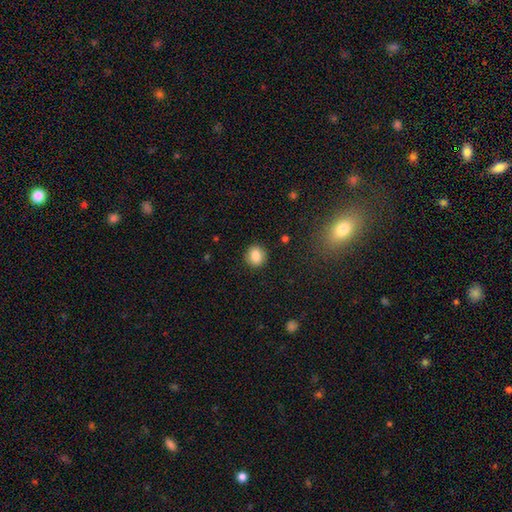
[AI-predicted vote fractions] The model was most divided on "how rounded": round: 81%, in between: 18%, cigar-shaped: 1%. More confident: merging — none (90%); smooth or featured — smooth (84%).